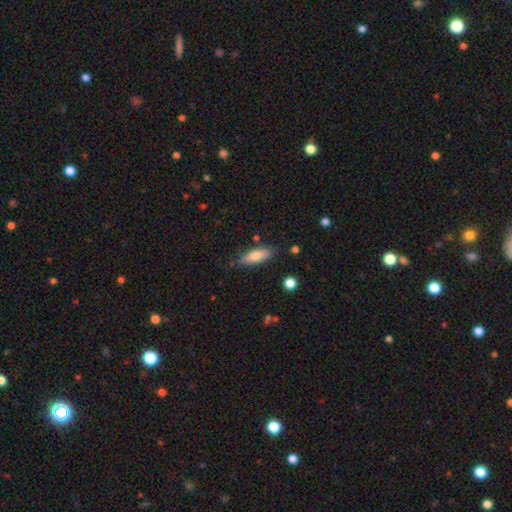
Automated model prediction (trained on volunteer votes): Smooth or featured? Predicted: smooth (p=0.77). How rounded? Predicted: in between (p=0.58). Merging? Predicted: none (p=0.80).